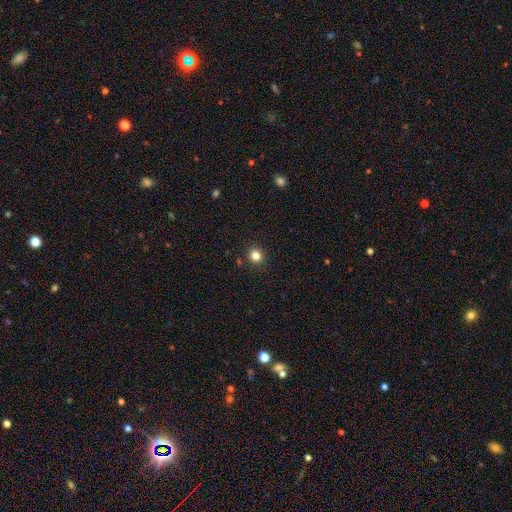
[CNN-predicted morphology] type=smooth (82%); roundness=round (92%); merging=none (91%).